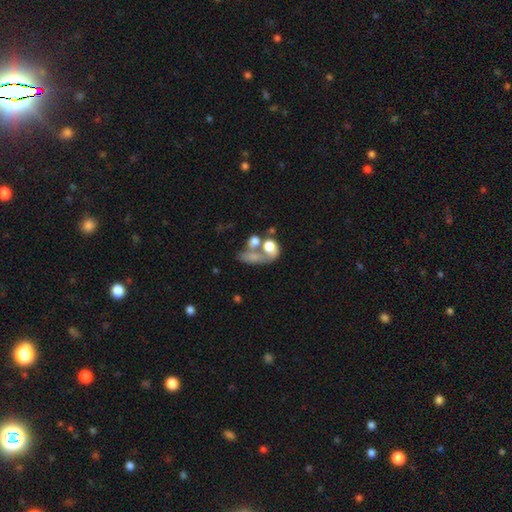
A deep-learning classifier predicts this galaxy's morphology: type=smooth (52%); roundness=in between (54%); merging=merger (52%).